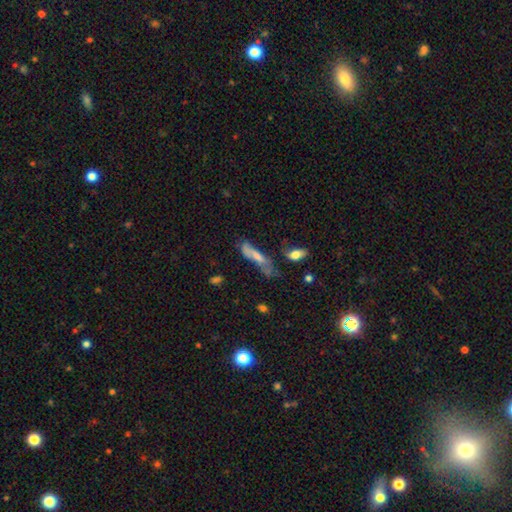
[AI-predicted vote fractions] Q: Smooth or featured?
A: smooth (57%); runner-up: featured or disk (34%)
Q: How rounded?
A: cigar-shaped (62%); runner-up: in between (35%)
Q: Merging?
A: none (32%); runner-up: major disturbance (28%)